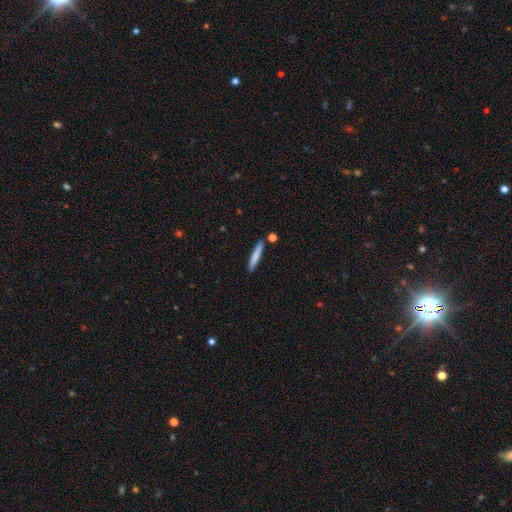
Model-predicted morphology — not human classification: Q: Smooth or featured?
A: smooth (78%); runner-up: featured or disk (17%)
Q: How rounded?
A: cigar-shaped (93%); runner-up: in between (5%)
Q: Merging?
A: none (85%); runner-up: minor disturbance (9%)